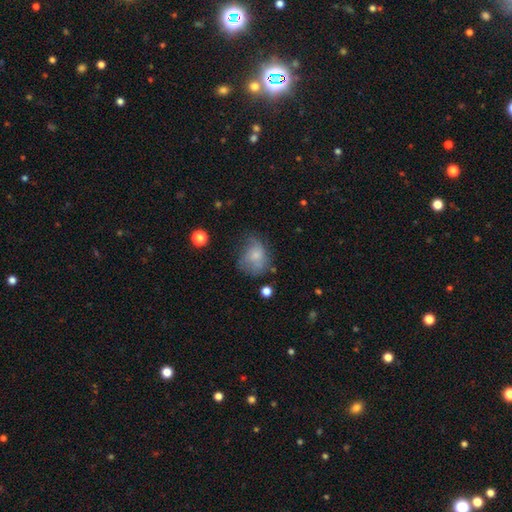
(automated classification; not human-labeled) smooth 60%, featured or disk 29%, star or artifact 10%. Down the decision tree: how rounded — round (50%); merging — none (39%).